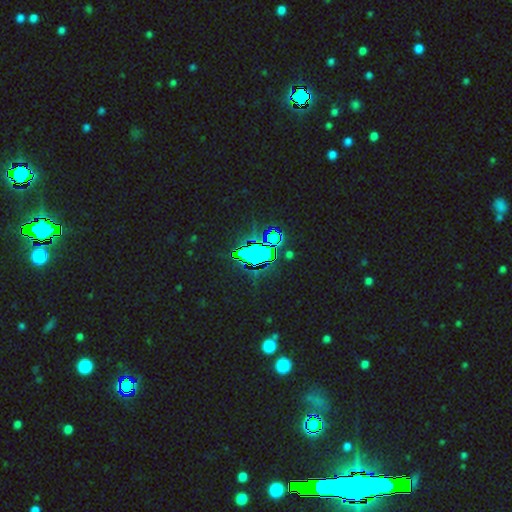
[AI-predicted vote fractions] This appears to be a star or artifact, not a galaxy (77%).